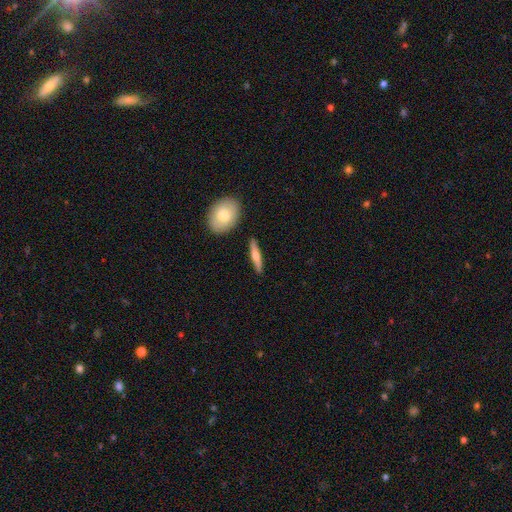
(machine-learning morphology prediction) smooth-or-featured: smooth: 53% | featured or disk: 41% | star or artifact: 5%
  how-rounded: cigar-shaped: 81% | in between: 15% | round: 3%
  merging: none: 87% | minor disturbance: 8% | merger: 3% | major disturbance: 2%